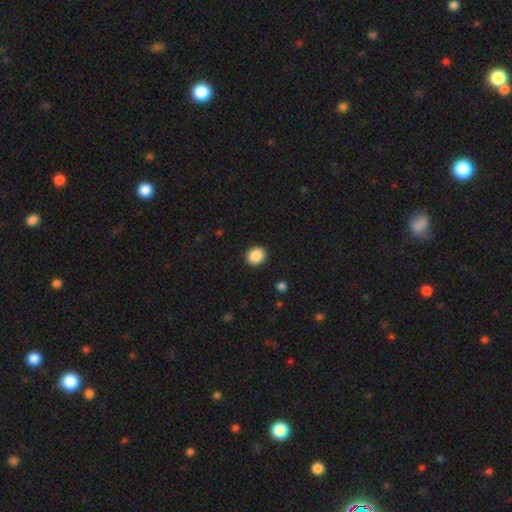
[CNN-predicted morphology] type=smooth (88%); roundness=round (76%); merging=none (91%).